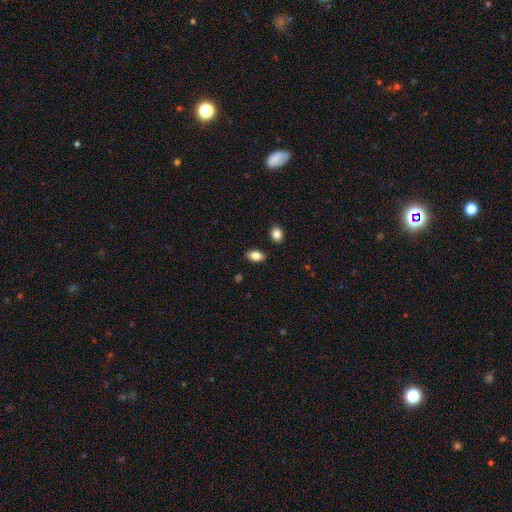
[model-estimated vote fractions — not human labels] This appears to be a smooth galaxy with no disk features (82%) that is in between round and cigar-shaped (90%). Merging: none (86%).